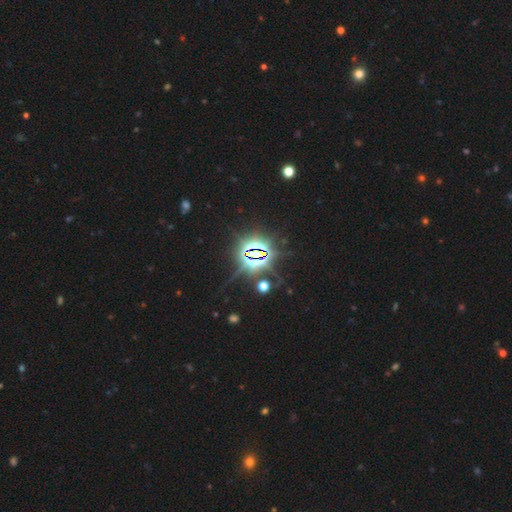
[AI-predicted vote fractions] The model was most divided on "smooth or featured": star or artifact: 85%, featured or disk: 8%, smooth: 7%.